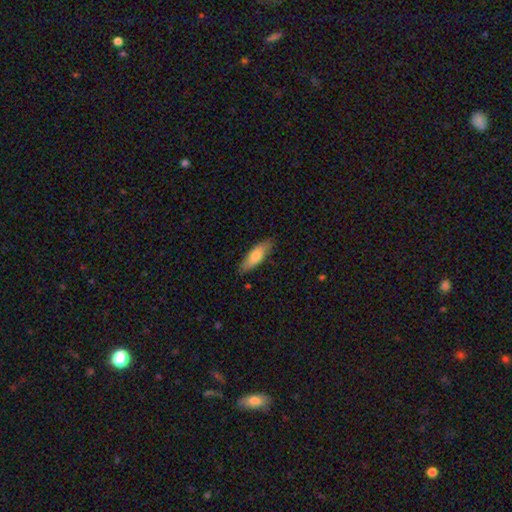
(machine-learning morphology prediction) This is likely a smooth galaxy (72%). How rounded: possibly in between (50%). Merging: clearly none (83%).